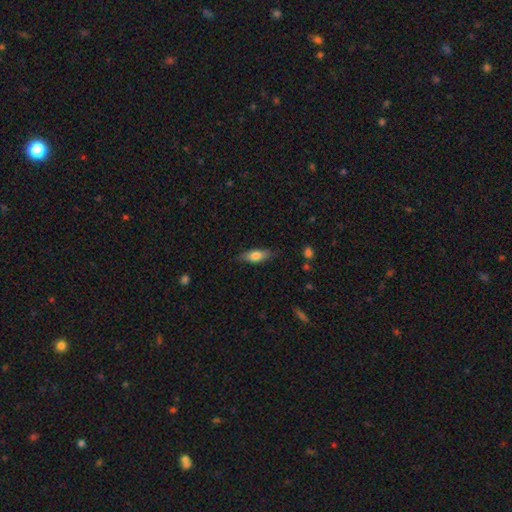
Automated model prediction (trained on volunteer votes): Morphology: type=smooth (74%); roundness=in between (70%); merging=none (80%).